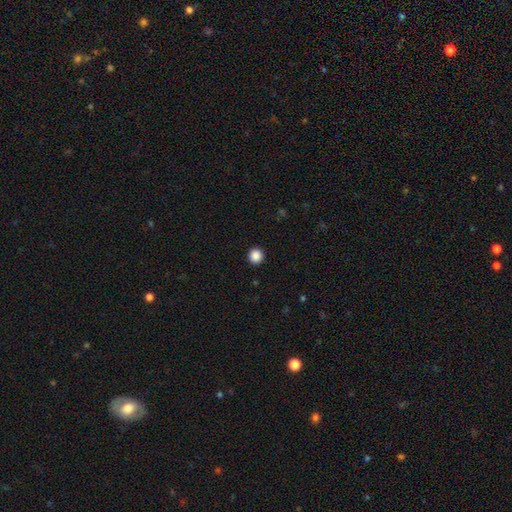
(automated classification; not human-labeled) This appears to be a smooth galaxy with no disk features (88%) that is round (95%). Merging: none (93%).